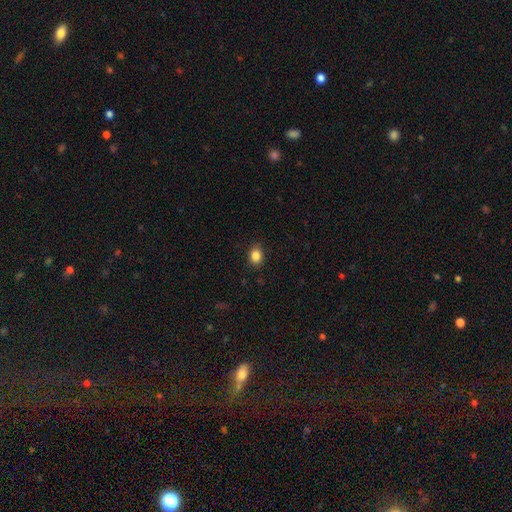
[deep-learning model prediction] This is clearly a smooth galaxy (86%). How rounded: possibly in between (53%). Merging: clearly none (85%).